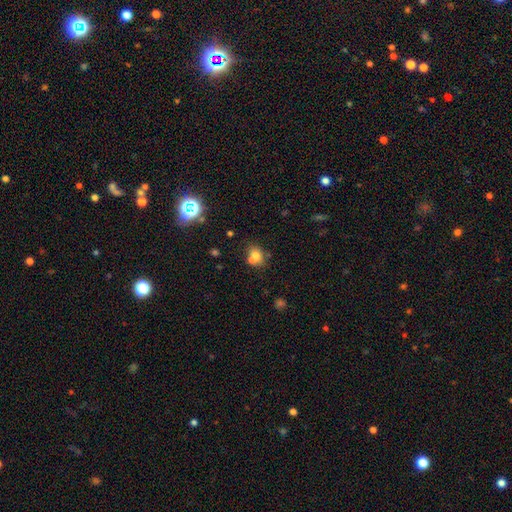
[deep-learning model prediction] Overall: smooth (71%). How rounded: round (56%; in between 43%). Merging: none (43%; merger 41%).